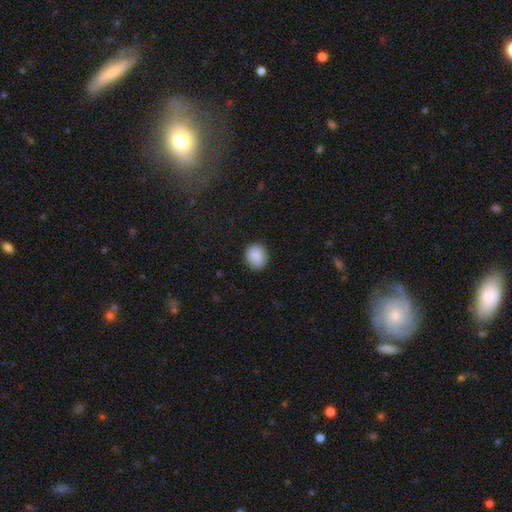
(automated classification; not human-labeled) Q: Smooth or featured?
A: smooth (89%); runner-up: star or artifact (8%)
Q: How rounded?
A: round (68%); runner-up: in between (31%)
Q: Merging?
A: none (84%); runner-up: minor disturbance (12%)